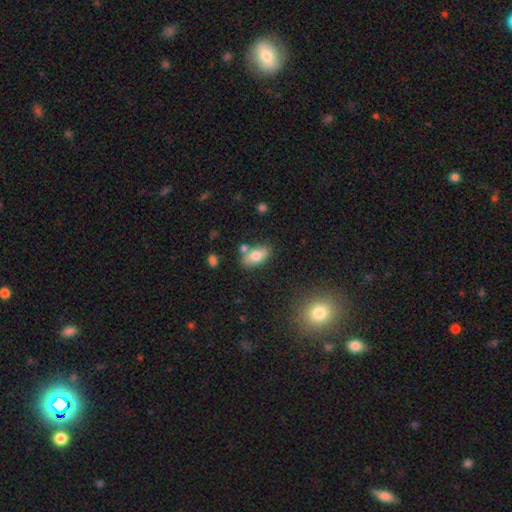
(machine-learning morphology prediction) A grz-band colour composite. It shows a smooth galaxy with no disk features (73%) that is in between round and cigar-shaped (90%). Merging: none (73%).